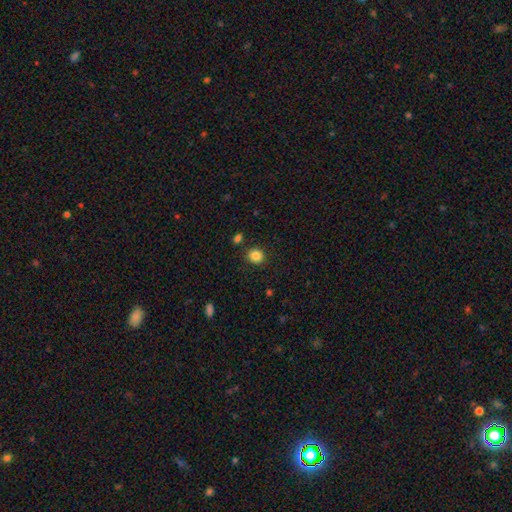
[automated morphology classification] This appears to be a smooth galaxy with no disk features (85%) that is round (81%). Merging: none (87%).